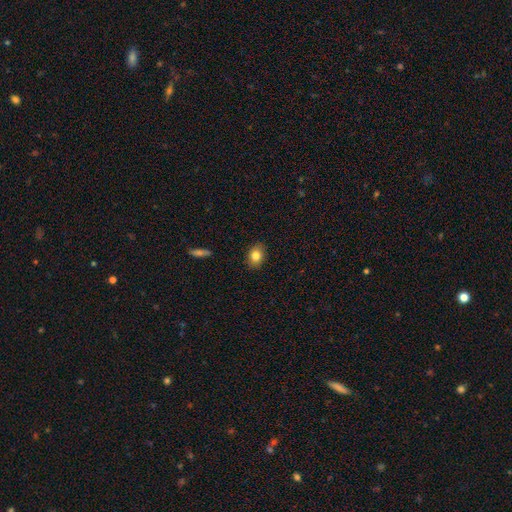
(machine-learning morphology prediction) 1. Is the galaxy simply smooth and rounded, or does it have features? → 82% smooth, 9% featured or disk, 9% star or artifact.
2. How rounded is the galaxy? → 68% in between, 30% round, 1% cigar-shaped.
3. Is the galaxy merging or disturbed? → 88% none, 9% minor disturbance, 2% major disturbance, 1% merger.